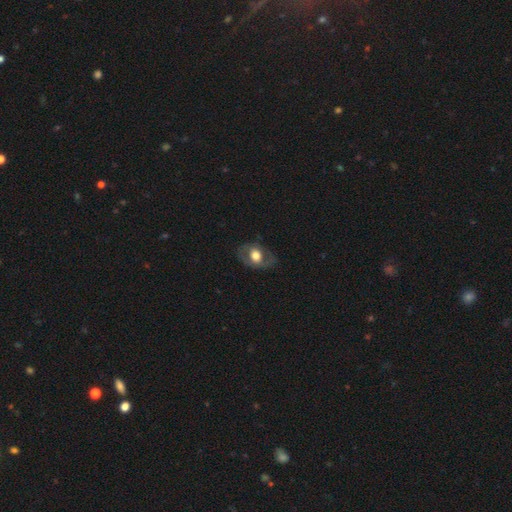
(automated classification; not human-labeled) This appears to be a featured or disk galaxy (49%). Merging: none (69%).